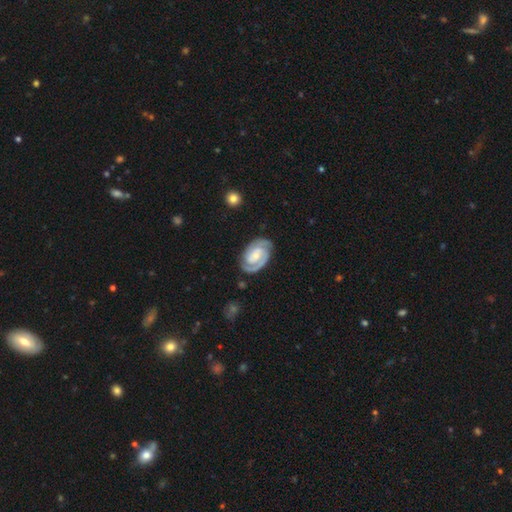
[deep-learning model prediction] Smooth or featured? featured or disk (87%)
Edge-on disk? no (97%)
Bar? no (50%)
Spiral arms? yes (97%)
Spiral winding? tight (64%)
Spiral arm count? 2 (86%)
Bulge size? small (53%)
Merging? none (80%)